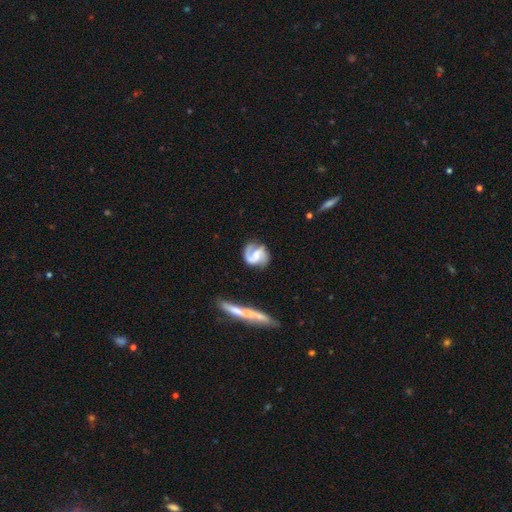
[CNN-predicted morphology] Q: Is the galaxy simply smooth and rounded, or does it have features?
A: featured or disk — 82%.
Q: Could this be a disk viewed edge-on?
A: no — 97%.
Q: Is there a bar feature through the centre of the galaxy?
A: weak — 43%.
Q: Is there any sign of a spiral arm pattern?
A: yes — 96%.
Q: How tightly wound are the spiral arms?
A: medium — 50%.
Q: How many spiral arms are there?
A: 2 — 85%.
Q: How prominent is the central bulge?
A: moderate — 36%.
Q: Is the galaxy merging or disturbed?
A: none — 70%.